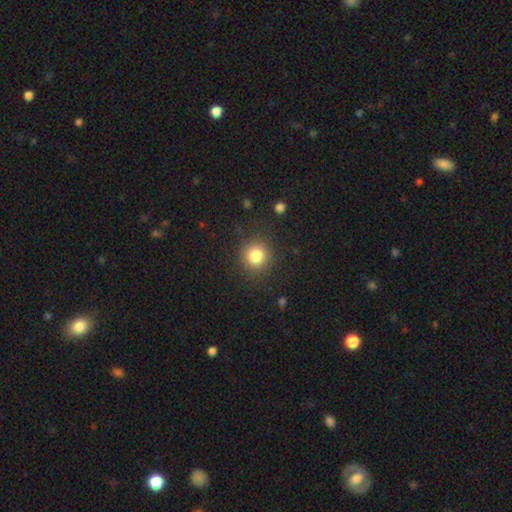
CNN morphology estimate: Smooth or featured: smooth — 82% (star or artifact — 12%)
How rounded: round — 93% (in between — 6%)
Merging: none — 89% (minor disturbance — 7%)